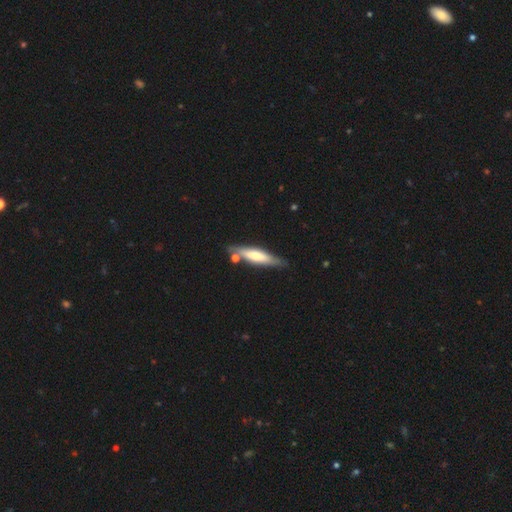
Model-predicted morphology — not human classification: type=smooth (48%); merging=none (74%).